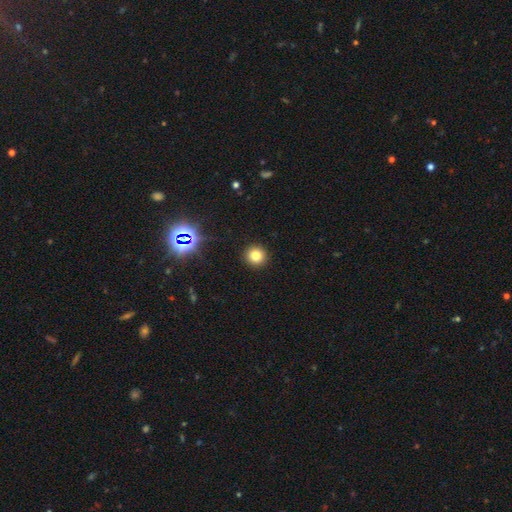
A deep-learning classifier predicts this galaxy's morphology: A smooth galaxy with no disk features (78%) that is round (93%).

Vote fractions:
- Smooth or featured? smooth: 78% / star or artifact: 16% / featured or disk: 6%
- How rounded? round: 93% / in between: 6% / cigar-shaped: 1%
- Merging? none: 92% / minor disturbance: 5% / major disturbance: 2% / merger: 1%